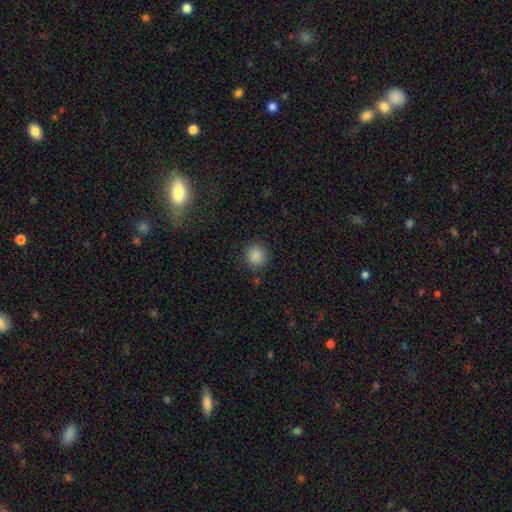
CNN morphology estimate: smooth_or_featured: smooth (p=0.87) [alt: star or artifact p=0.10]
how_rounded: round (p=0.91) [alt: in between p=0.08]
merging: none (p=0.88) [alt: minor disturbance p=0.08]